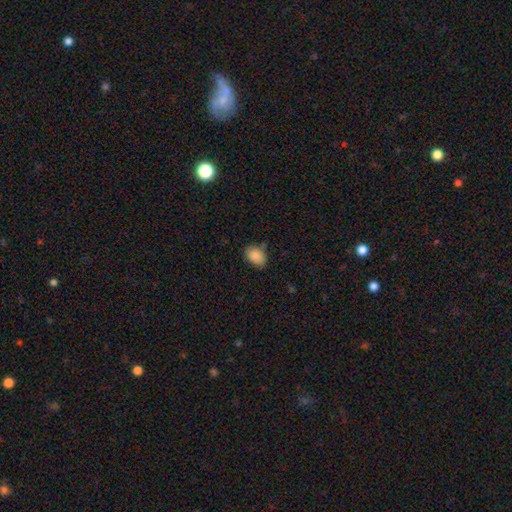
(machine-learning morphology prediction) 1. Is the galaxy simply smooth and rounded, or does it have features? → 88% smooth, 8% star or artifact, 4% featured or disk.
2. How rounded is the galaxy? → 77% in between, 22% round, 1% cigar-shaped.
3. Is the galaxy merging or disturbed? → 72% none, 21% minor disturbance, 4% major disturbance, 3% merger.